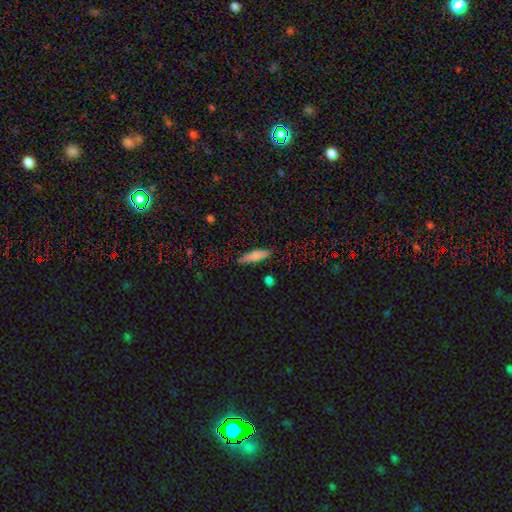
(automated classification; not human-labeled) Smooth or featured?
  - smooth: 75% *
  - featured or disk: 16%
  - star or artifact: 8%
How rounded?
  - cigar-shaped: 68% *
  - in between: 30%
  - round: 2%
Merging?
  - none: 81% *
  - minor disturbance: 14%
  - major disturbance: 3%
  - merger: 2%